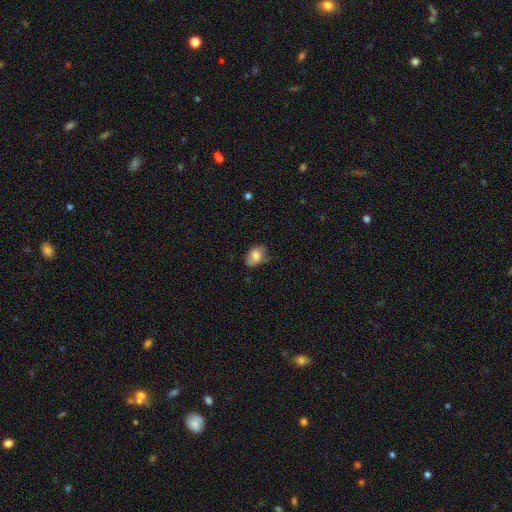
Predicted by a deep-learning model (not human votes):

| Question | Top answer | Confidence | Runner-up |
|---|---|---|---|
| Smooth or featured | smooth | 74% | featured or disk (18%) |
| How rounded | in between | 79% | round (20%) |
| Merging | none | 58% | minor disturbance (31%) |